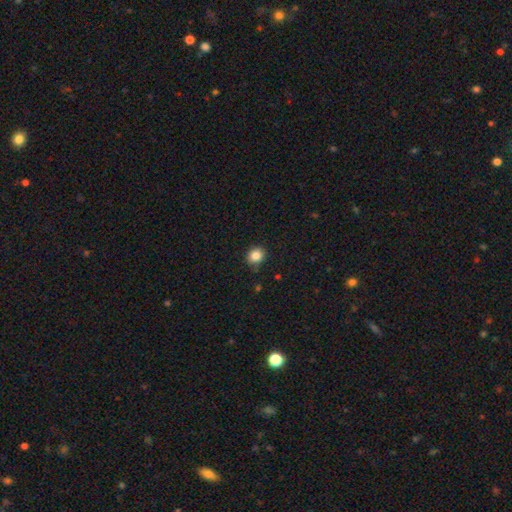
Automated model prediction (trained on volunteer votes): Smooth or featured: smooth — 85% (star or artifact — 11%)
How rounded: round — 77% (in between — 22%)
Merging: none — 85% (minor disturbance — 11%)